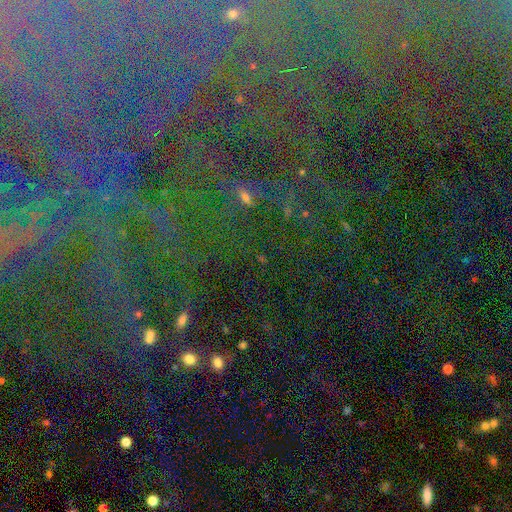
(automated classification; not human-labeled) The model was most divided on "smooth or featured": star or artifact: 79%, featured or disk: 12%, smooth: 9%.